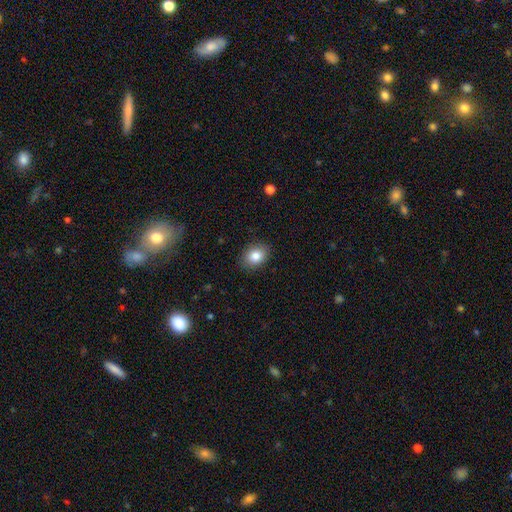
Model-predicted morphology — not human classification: Smooth or featured? Predicted: smooth (p=0.85). How rounded? Predicted: in between (p=0.66). Merging? Predicted: none (p=0.87).